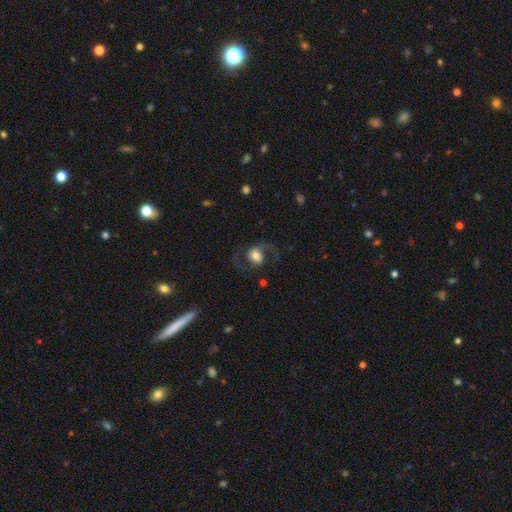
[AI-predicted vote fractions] smooth-or-featured: featured or disk: 69% | smooth: 23% | star or artifact: 7%
  disk-edge-on: no: 97% | yes: 3%
    bar: no: 61% | weak: 29% | strong: 10%
    has-spiral-arms: yes: 90% | no: 10%
      spiral-winding: loose: 49% | medium: 44% | tight: 8%
      spiral-arm-count: 2: 92% | 1: 3% | can't tell: 2% | 3: 1% | 4: 1% | more than 4: 1%
    bulge-size: moderate: 48% | large: 32% | small: 11% | dominant: 7% | none: 2%
  merging: none: 70% | major disturbance: 15% | minor disturbance: 13% | merger: 1%